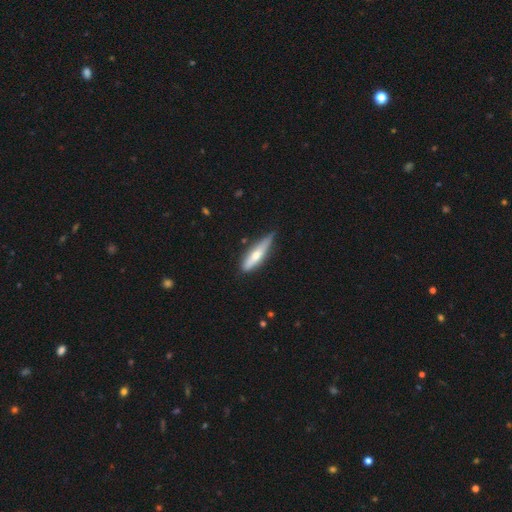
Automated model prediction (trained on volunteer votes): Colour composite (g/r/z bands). It shows a smooth galaxy with no disk features (56%) that is cigar-shaped (70%). Merging: none (61%).